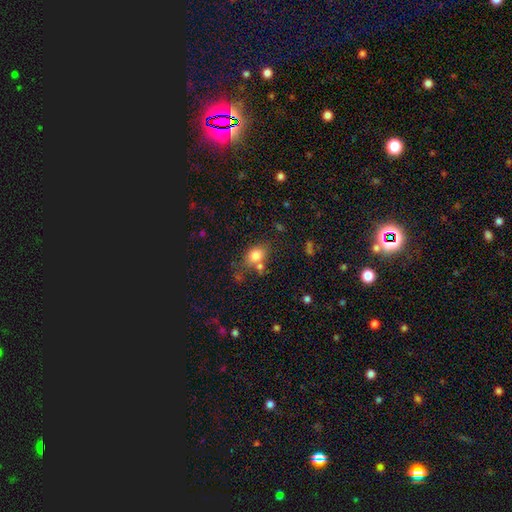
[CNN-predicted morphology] Smooth or featured? smooth (81%)
How rounded? in between (70%)
Merging? none (59%)